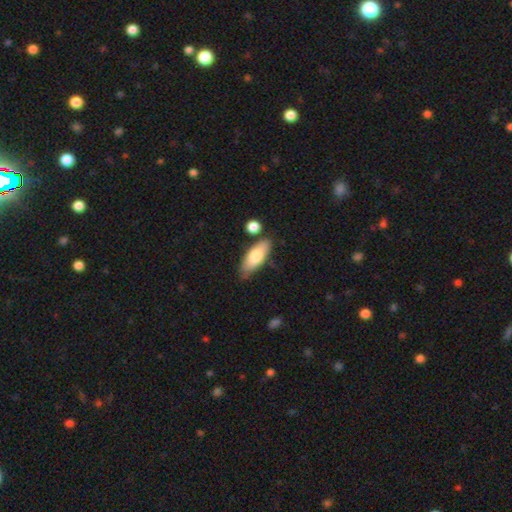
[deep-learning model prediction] smooth 77%, featured or disk 18%, star or artifact 6%. Down the decision tree: how rounded — in between (73%); merging — none (71%).